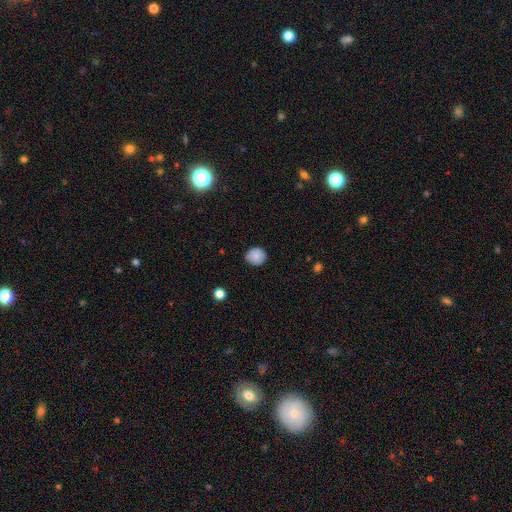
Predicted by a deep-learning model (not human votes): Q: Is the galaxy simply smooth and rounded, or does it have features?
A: smooth — 85%.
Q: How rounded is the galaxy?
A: round — 87%.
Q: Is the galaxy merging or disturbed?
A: none — 85%.